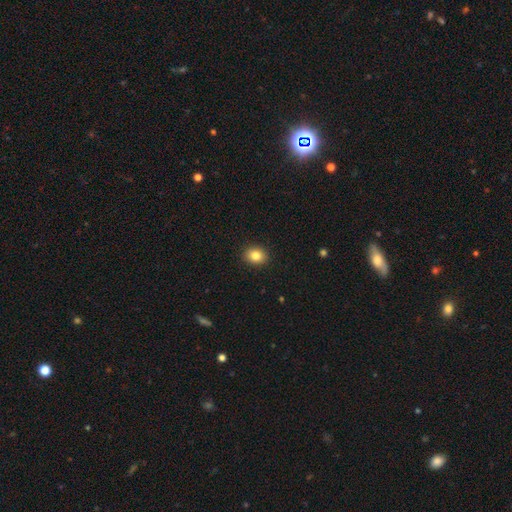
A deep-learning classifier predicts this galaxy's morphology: smooth 84%, star or artifact 10%, featured or disk 6%. Down the decision tree: how rounded — round (52%); merging — none (91%).